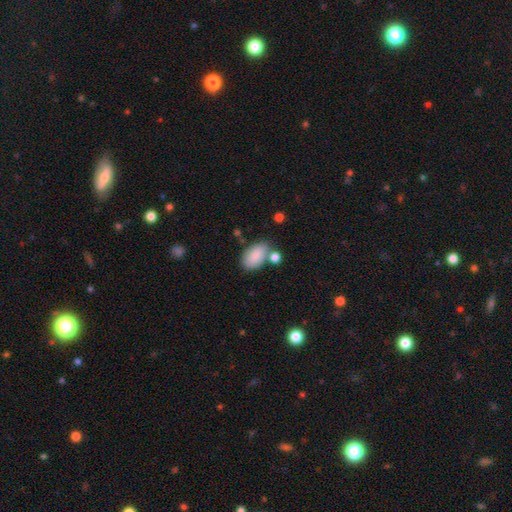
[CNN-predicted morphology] A smooth galaxy with no disk features (86%) that is in between round and cigar-shaped (93%). Merging: none (62%).